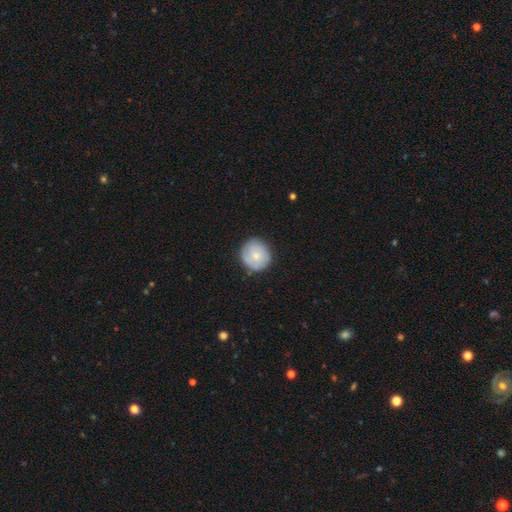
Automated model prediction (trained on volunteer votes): This is likely a smooth galaxy (62%). How rounded: clearly round (90%). Merging: likely none (80%).